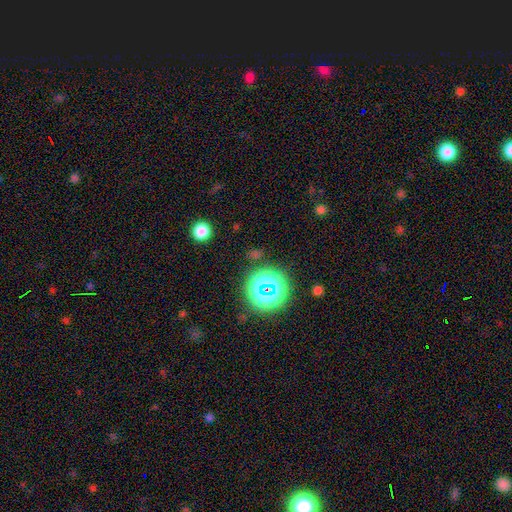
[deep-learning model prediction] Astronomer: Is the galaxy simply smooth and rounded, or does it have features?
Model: star or artifact — 57% (runner-up: smooth, 34%).